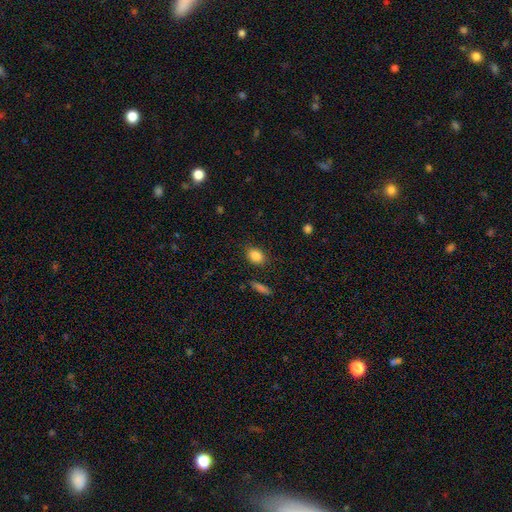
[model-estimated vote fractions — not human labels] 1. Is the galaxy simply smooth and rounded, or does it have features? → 86% smooth, 9% star or artifact, 5% featured or disk.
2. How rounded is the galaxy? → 68% in between, 30% round, 2% cigar-shaped.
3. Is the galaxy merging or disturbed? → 85% none, 10% minor disturbance, 3% major disturbance, 2% merger.